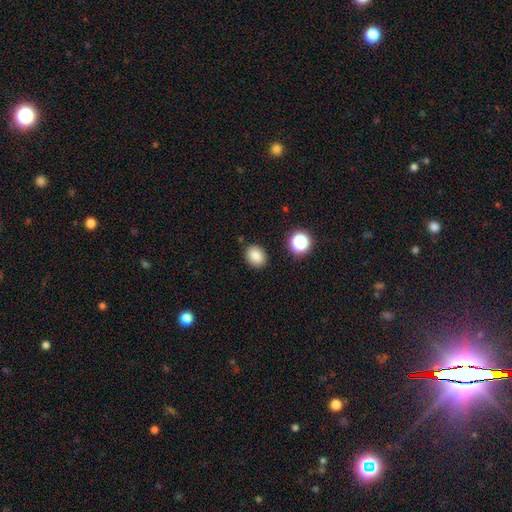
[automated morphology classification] The model was most divided on "how rounded": in between: 53%, round: 46%, cigar-shaped: 1%. More confident: merging — none (87%); smooth or featured — smooth (84%).